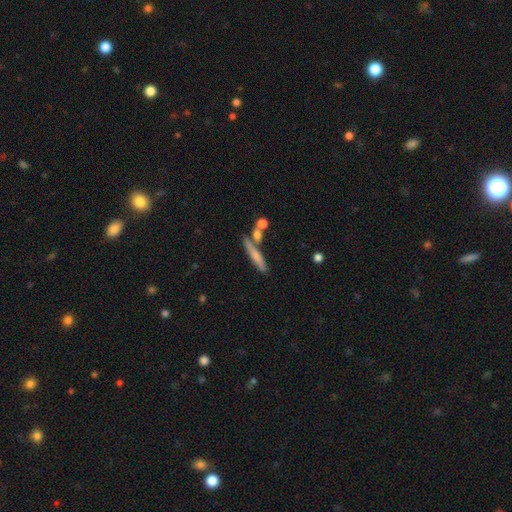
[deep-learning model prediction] A smooth galaxy with no disk features (61%) that is cigar-shaped (86%). Merging: none (64%).